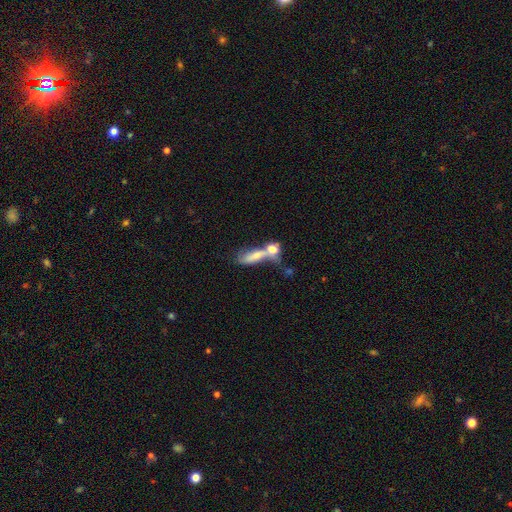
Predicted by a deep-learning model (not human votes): smooth-or-featured: smooth: 60% | featured or disk: 30% | star or artifact: 10%
  how-rounded: in between: 54% | cigar-shaped: 35% | round: 11%
  merging: merger: 59% | none: 18% | major disturbance: 13% | minor disturbance: 10%